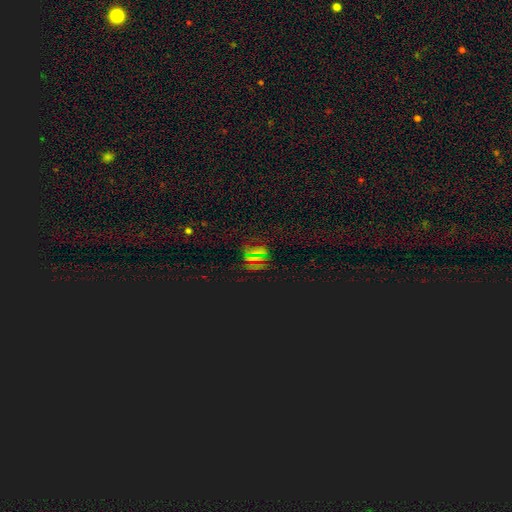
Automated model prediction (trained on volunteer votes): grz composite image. It shows a star or artifact, not a galaxy (72%).